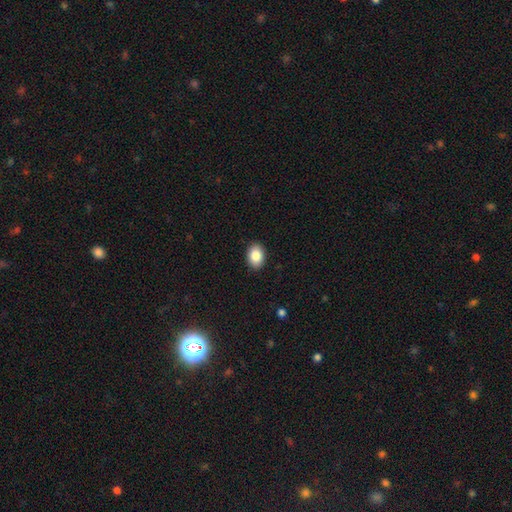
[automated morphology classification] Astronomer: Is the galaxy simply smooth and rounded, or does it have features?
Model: smooth — 86%.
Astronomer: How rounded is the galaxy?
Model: in between — 76%.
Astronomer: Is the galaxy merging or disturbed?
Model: none — 90%.